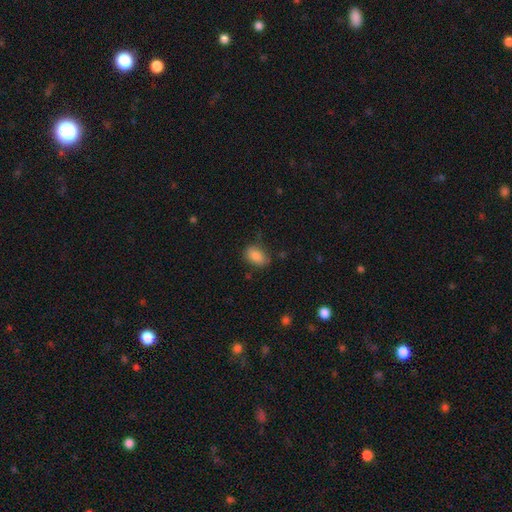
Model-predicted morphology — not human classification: Smooth or featured: smooth — 86% (star or artifact — 8%)
How rounded: in between — 87% (round — 11%)
Merging: none — 72% (minor disturbance — 21%)